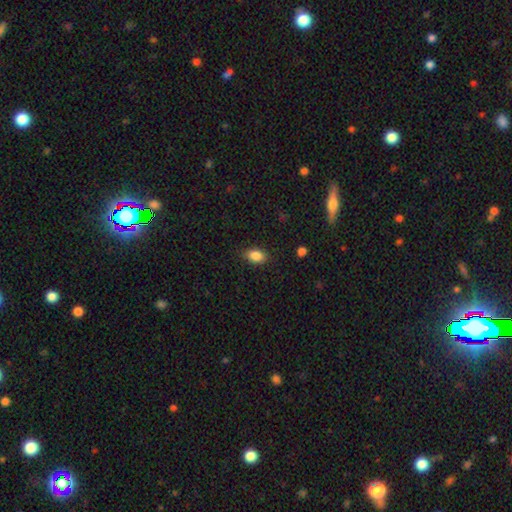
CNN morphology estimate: smooth 86%, star or artifact 9%, featured or disk 5%. Down the decision tree: how rounded — in between (82%); merging — none (83%).